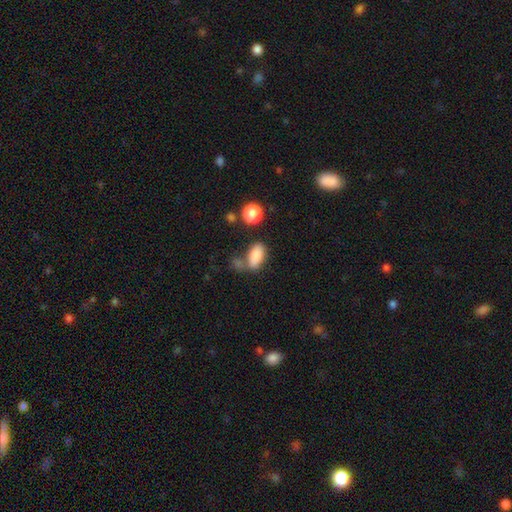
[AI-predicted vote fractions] Smooth or featured?
  - smooth: 85% *
  - star or artifact: 9%
  - featured or disk: 6%
How rounded?
  - in between: 89% *
  - cigar-shaped: 6%
  - round: 5%
Merging?
  - none: 55% *
  - merger: 21%
  - minor disturbance: 17%
  - major disturbance: 7%